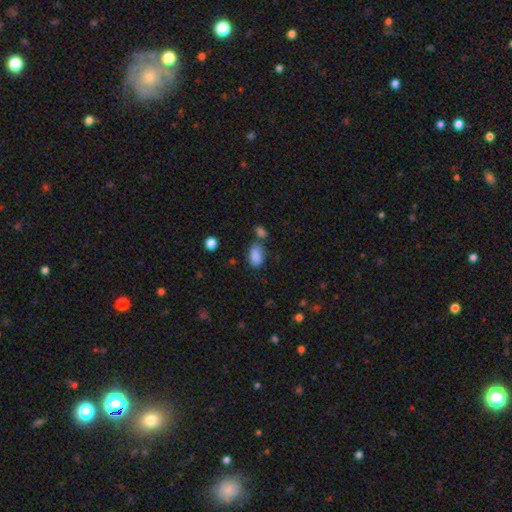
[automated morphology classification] Smooth or featured? Predicted: smooth (p=0.86). How rounded? Predicted: in between (p=0.91). Merging? Predicted: none (p=0.58).